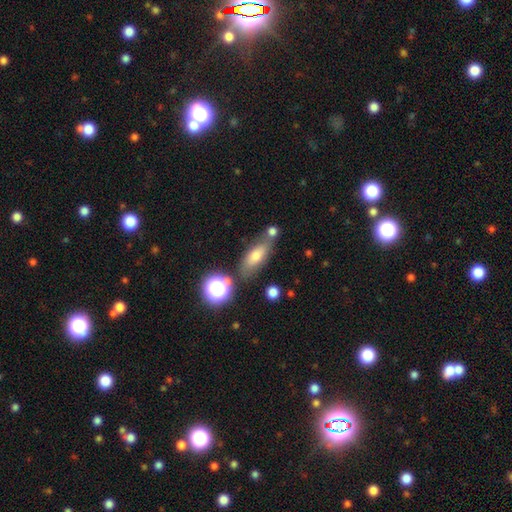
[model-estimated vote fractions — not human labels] smooth_or_featured: smooth (p=0.65) [alt: featured or disk p=0.20]
how_rounded: in between (p=0.66) [alt: cigar-shaped p=0.25]
merging: none (p=0.66) [alt: minor disturbance p=0.15]